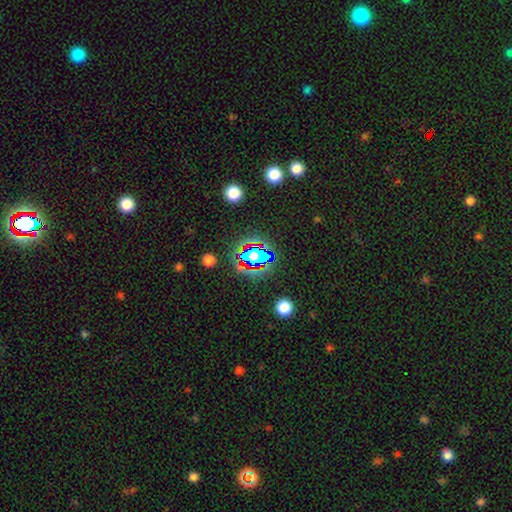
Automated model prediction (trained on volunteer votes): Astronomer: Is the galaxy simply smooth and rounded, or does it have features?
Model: star or artifact — 59%.